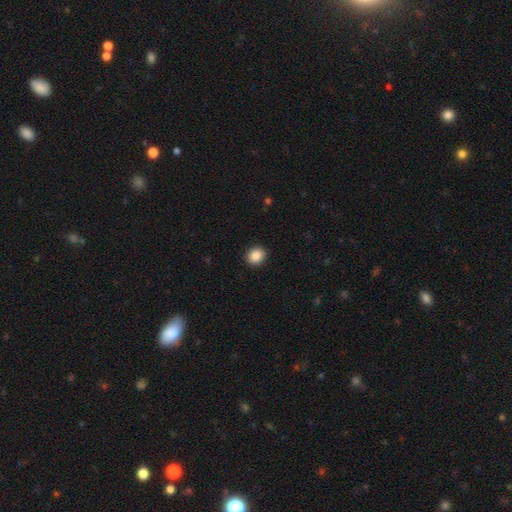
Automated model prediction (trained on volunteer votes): A smooth galaxy with no disk features (88%) that is round (76%).

Vote fractions:
- Smooth or featured? smooth: 88% / star or artifact: 9% / featured or disk: 3%
- How rounded? round: 76% / in between: 23% / cigar-shaped: 1%
- Merging? none: 91% / minor disturbance: 6% / major disturbance: 2% / merger: 1%